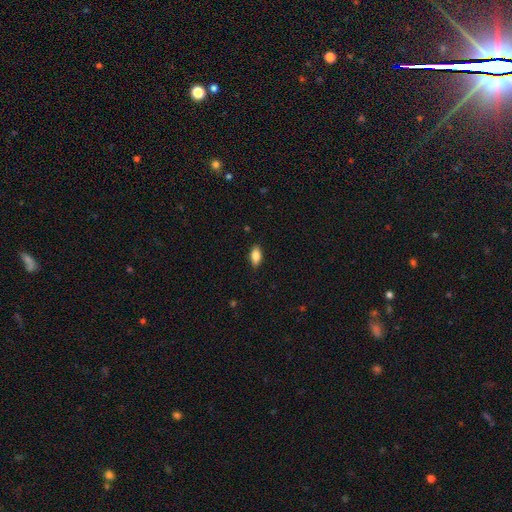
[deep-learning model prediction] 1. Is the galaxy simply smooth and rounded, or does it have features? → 84% smooth, 8% featured or disk, 7% star or artifact.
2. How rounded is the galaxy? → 89% in between, 7% cigar-shaped, 4% round.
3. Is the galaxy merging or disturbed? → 86% none, 11% minor disturbance, 2% major disturbance, 1% merger.